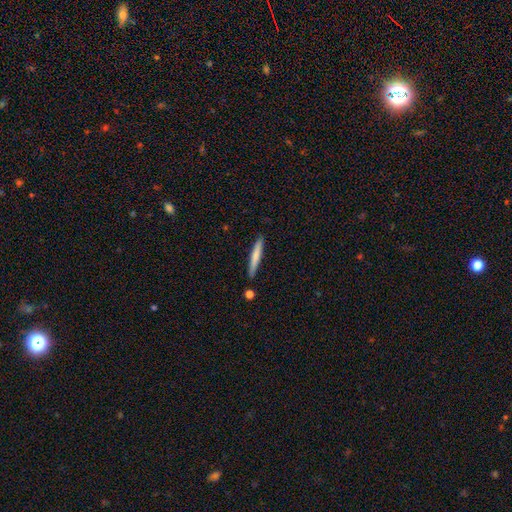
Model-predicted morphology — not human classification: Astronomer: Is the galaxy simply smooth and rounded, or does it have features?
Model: smooth — 68%.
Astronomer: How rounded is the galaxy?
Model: cigar-shaped — 95%.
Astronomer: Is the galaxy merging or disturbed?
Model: none — 87%.